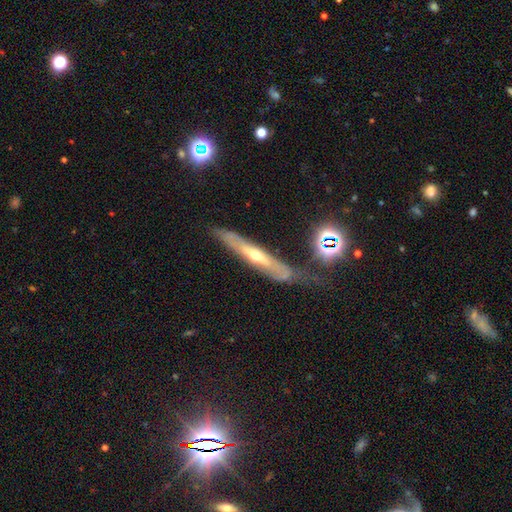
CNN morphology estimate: Smooth or featured?
  - featured or disk: 66% *
  - smooth: 26%
  - star or artifact: 8%
Edge-on disk?
  - yes: 73% *
  - no: 27%
Merging?
  - none: 64% *
  - minor disturbance: 21%
  - major disturbance: 8%
  - merger: 7%